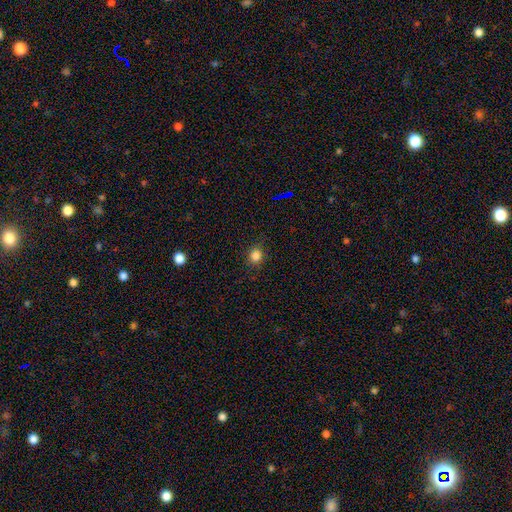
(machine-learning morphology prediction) Smooth or featured? Predicted: smooth (p=0.83). How rounded? Predicted: round (p=0.80). Merging? Predicted: none (p=0.86).